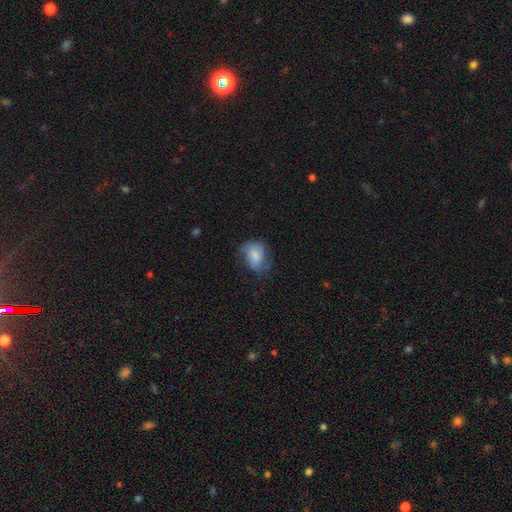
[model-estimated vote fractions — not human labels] Smooth or featured? Predicted: smooth (p=0.65). How rounded? Predicted: in between (p=0.70). Merging? Predicted: none (p=0.49).